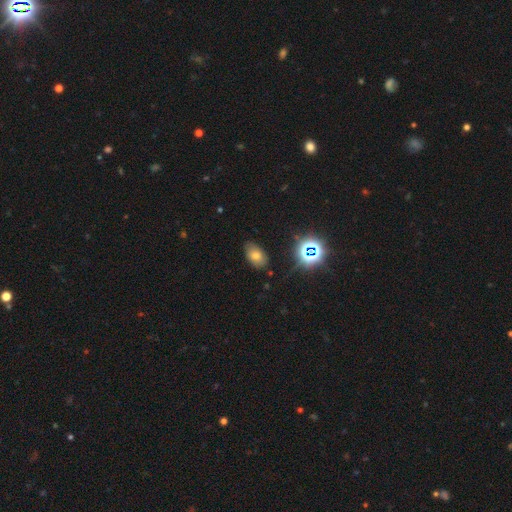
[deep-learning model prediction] Smooth or featured?
  - smooth: 66% *
  - star or artifact: 21%
  - featured or disk: 13%
How rounded?
  - in between: 86% *
  - round: 13%
  - cigar-shaped: 1%
Merging?
  - none: 77% *
  - minor disturbance: 17%
  - major disturbance: 4%
  - merger: 2%